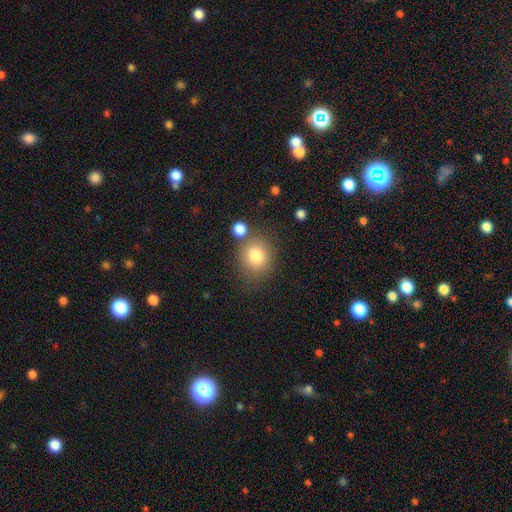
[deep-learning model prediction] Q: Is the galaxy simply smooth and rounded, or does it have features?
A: smooth — 82%.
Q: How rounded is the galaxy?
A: round — 77%.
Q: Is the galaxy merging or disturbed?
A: none — 70%.